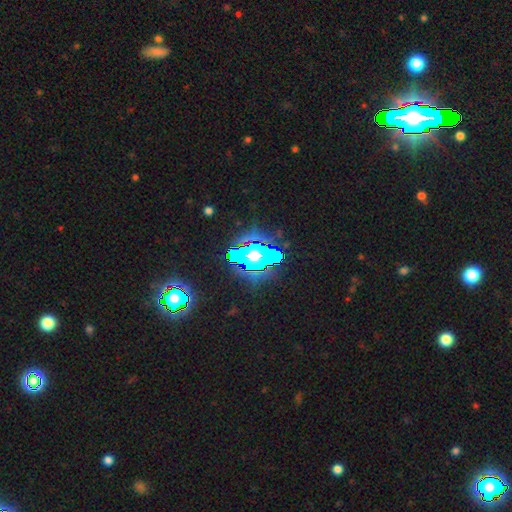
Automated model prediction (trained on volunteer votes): smooth_or_featured: star or artifact (p=0.52) [alt: smooth p=0.26]